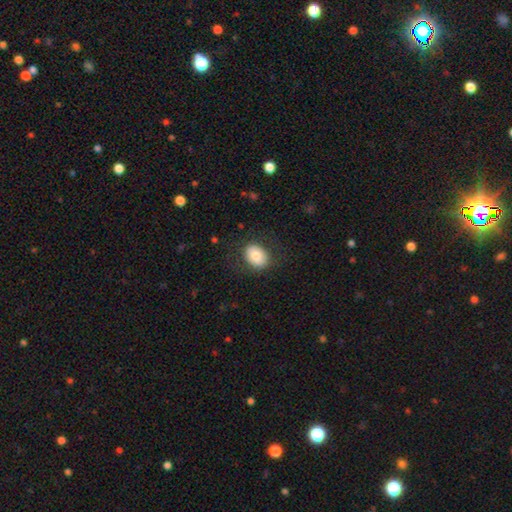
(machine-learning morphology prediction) Q: Smooth or featured?
A: smooth (76%); runner-up: featured or disk (16%)
Q: How rounded?
A: in between (62%); runner-up: round (37%)
Q: Merging?
A: none (80%); runner-up: minor disturbance (13%)